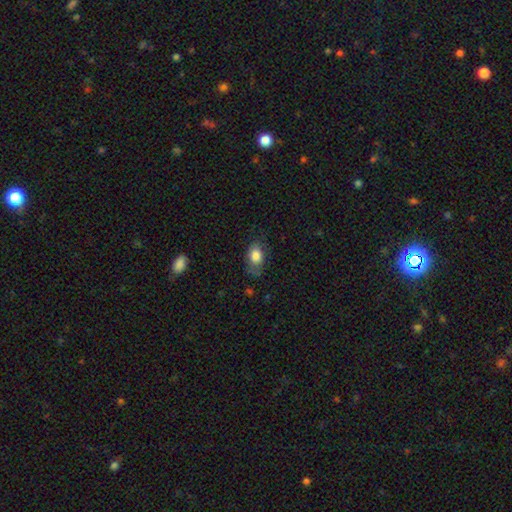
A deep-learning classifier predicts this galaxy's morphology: Smooth or featured? smooth (81%)
How rounded? in between (81%)
Merging? none (64%)